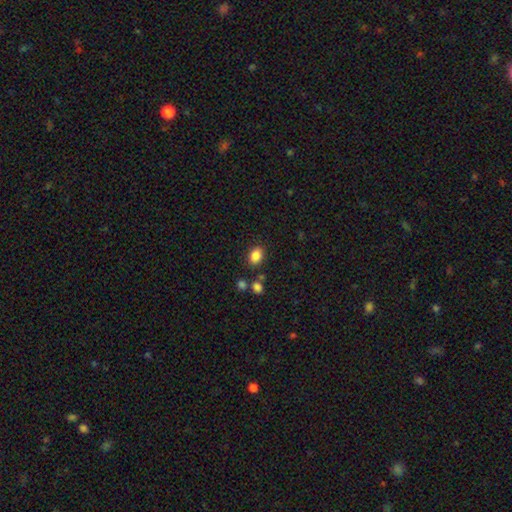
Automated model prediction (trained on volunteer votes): A smooth galaxy with no disk features (86%) that is in between round and cigar-shaped (69%). Merging: none (80%).